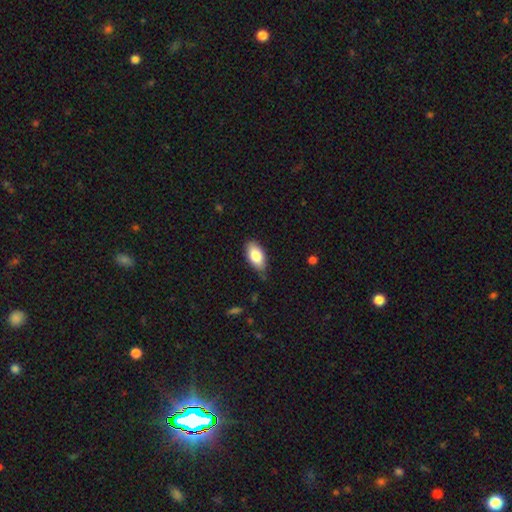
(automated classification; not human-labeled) Smooth or featured? Predicted: smooth (p=0.83). How rounded? Predicted: in between (p=0.93). Merging? Predicted: none (p=0.82).